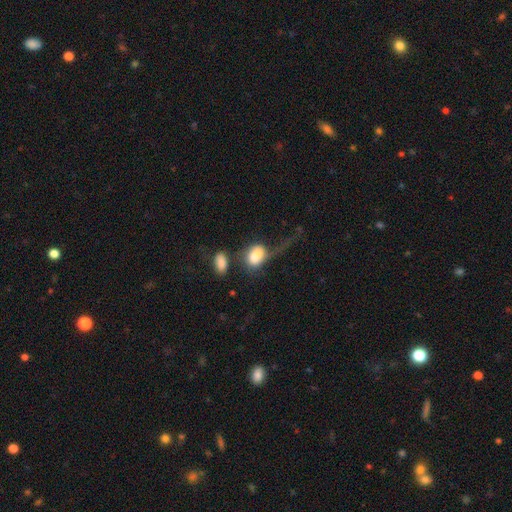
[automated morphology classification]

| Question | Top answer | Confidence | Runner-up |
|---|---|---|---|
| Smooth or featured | smooth | 74% | featured or disk (18%) |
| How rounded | in between | 78% | round (20%) |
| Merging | major disturbance | 40% | merger (28%) |